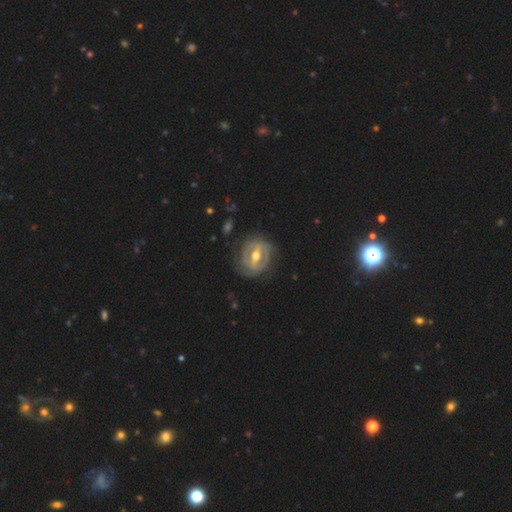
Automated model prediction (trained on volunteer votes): smooth_or_featured: featured or disk (p=0.79) [alt: smooth p=0.16]
disk_edge_on: no (p=0.92) [alt: yes p=0.08]
bar: strong (p=0.58) [alt: weak p=0.30]
has_spiral_arms: yes (p=0.62) [alt: no p=0.38]
bulge_size: moderate (p=0.77) [alt: small p=0.13]
merging: none (p=0.75) [alt: minor disturbance p=0.17]